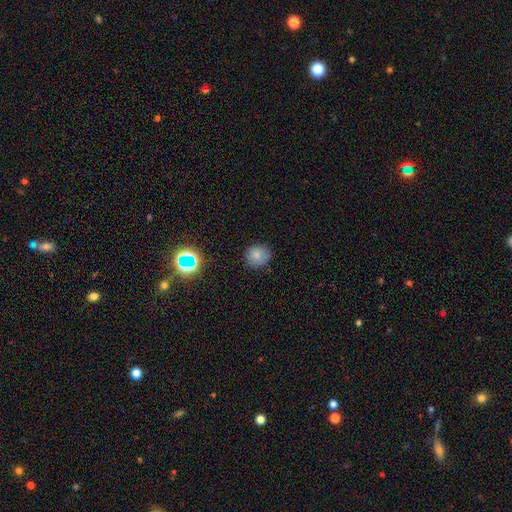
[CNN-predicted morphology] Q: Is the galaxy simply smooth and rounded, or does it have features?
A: smooth — 72%.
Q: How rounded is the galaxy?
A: round — 87%.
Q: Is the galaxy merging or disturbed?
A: none — 86%.